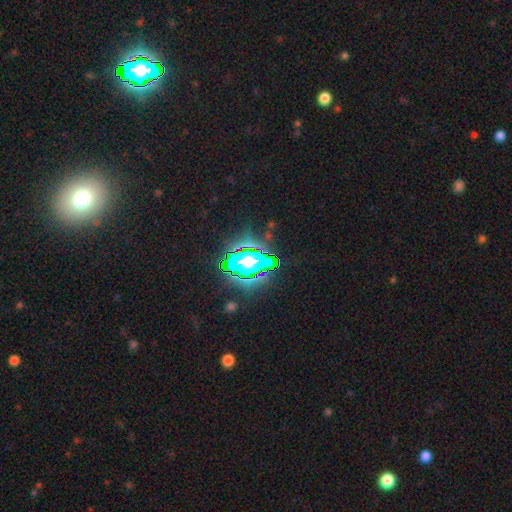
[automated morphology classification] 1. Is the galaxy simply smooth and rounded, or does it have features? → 80% star or artifact, 11% smooth, 9% featured or disk.